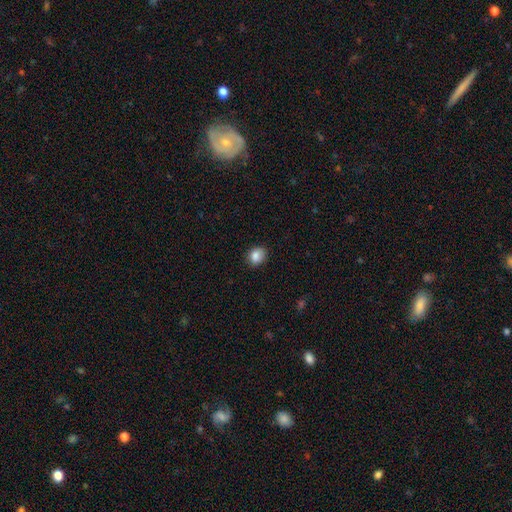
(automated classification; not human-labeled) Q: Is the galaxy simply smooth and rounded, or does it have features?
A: smooth — 86%.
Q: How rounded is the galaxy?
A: round — 54%.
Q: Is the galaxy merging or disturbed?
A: none — 83%.